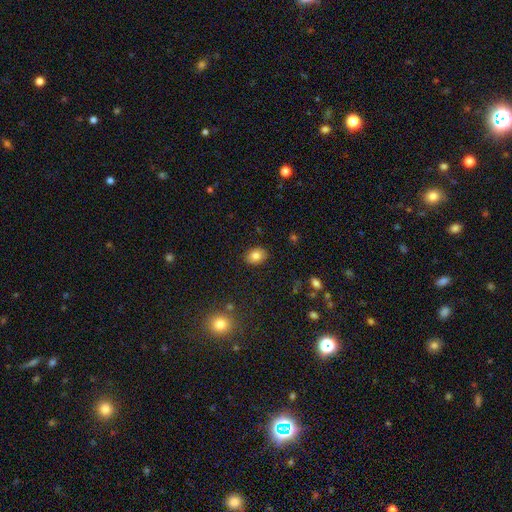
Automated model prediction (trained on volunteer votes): Smooth or featured? smooth (81%)
How rounded? in between (65%)
Merging? none (87%)